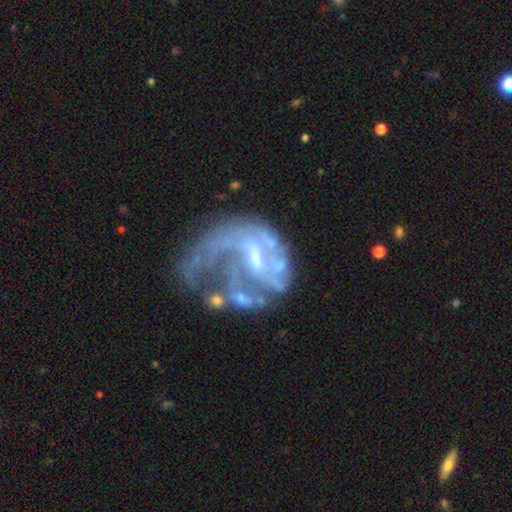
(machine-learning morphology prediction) Overall: featured or disk (81%). Edge-on disk: no (98%). Bar: weak (44%; no 42%). Spiral arms: yes (73%). Spiral arm count: can't tell (31%; 2 25%). Spiral winding: loose (42%; medium 37%). Bulge size: small (50%; none 24%). Merging: major disturbance (43%; none 29%).